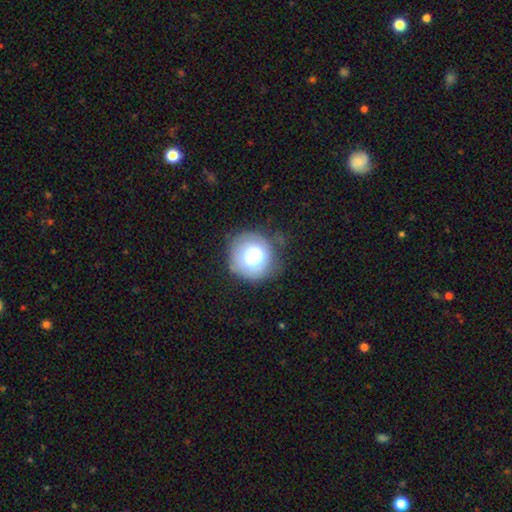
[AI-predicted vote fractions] smooth_or_featured: smooth (p=0.69) [alt: featured or disk p=0.22]
how_rounded: round (p=0.91) [alt: in between p=0.08]
merging: none (p=0.67) [alt: minor disturbance p=0.20]